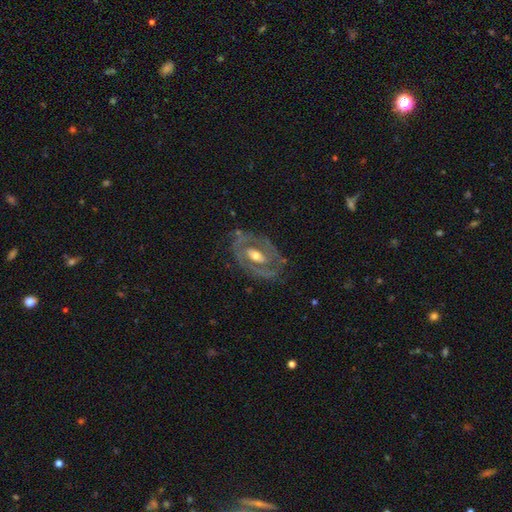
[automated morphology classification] smooth-or-featured: featured or disk: 78% | smooth: 16% | star or artifact: 5%
  disk-edge-on: no: 94% | yes: 6%
    bar: no: 45% | weak: 34% | strong: 20%
    has-spiral-arms: yes: 58% | no: 42%
    bulge-size: moderate: 70% | small: 18% | large: 10% | none: 1% | dominant: 1%
  merging: none: 68% | minor disturbance: 20% | major disturbance: 10% | merger: 2%